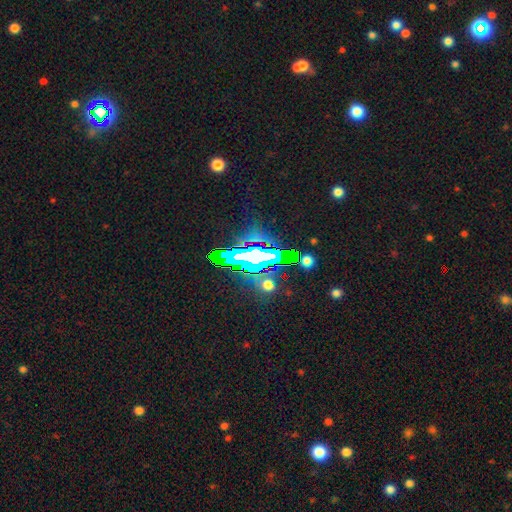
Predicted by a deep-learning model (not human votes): The model was most divided on "smooth or featured": star or artifact: 63%, smooth: 19%, featured or disk: 18%.